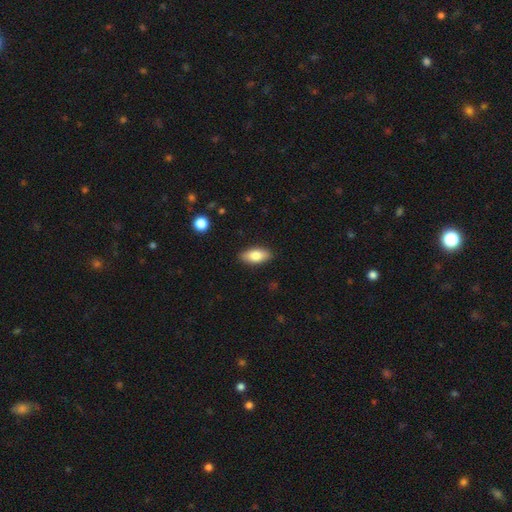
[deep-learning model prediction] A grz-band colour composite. It shows a smooth galaxy with no disk features (79%) that is in between round and cigar-shaped (88%). Merging: none (88%).